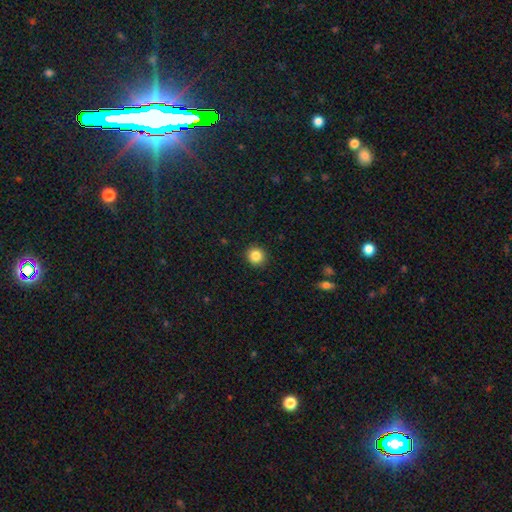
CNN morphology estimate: This appears to be a smooth galaxy with no disk features (86%) that is round (91%). Merging: none (92%).